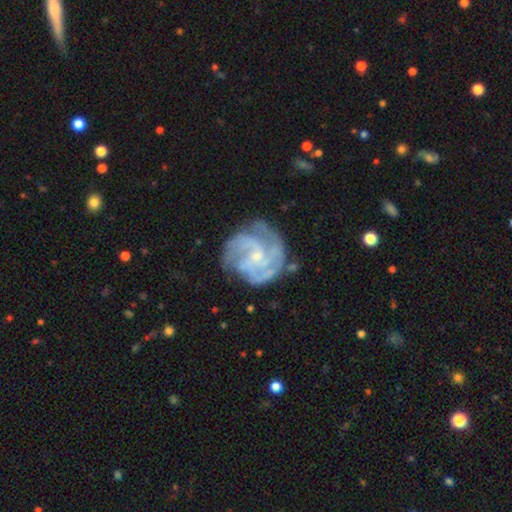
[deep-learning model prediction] featured or disk 87%, smooth 8%, star or artifact 6%. Down the decision tree: edge-on disk — no (98%); bar — no (59%); spiral arms — yes (96%); spiral arm count — 3 (36%); spiral winding — tight (54%); bulge size — small (74%); merging — none (70%).